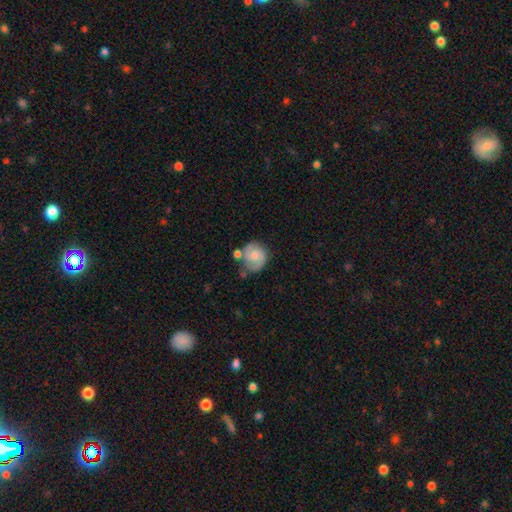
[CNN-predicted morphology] smooth-or-featured: featured or disk: 67% | smooth: 27% | star or artifact: 7%
  disk-edge-on: no: 98% | yes: 2%
    bar: no: 64% | weak: 31% | strong: 4%
    has-spiral-arms: yes: 92% | no: 8%
      spiral-winding: tight: 47% | medium: 41% | loose: 13%
      spiral-arm-count: 2: 75% | can't tell: 10% | 1: 9% | 3: 4% | 4: 1% | more than 4: 1%
    bulge-size: moderate: 46% | small: 39% | none: 9% | large: 5% | dominant: 1%
  merging: none: 52% | minor disturbance: 22% | merger: 16% | major disturbance: 9%